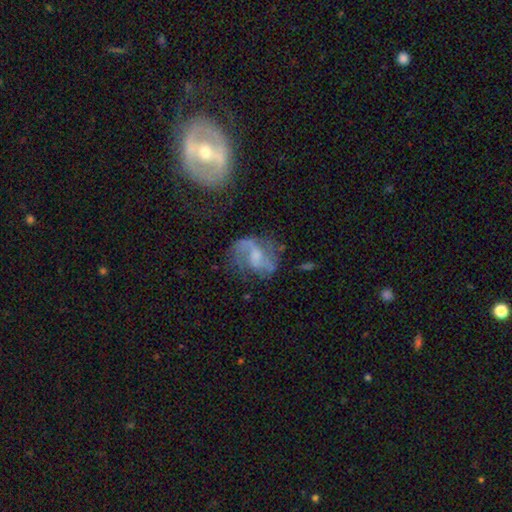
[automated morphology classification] Overall: featured or disk (73%). Edge-on disk: no (97%). Bar: weak (50%; no 34%). Spiral arms: yes (86%). Spiral arm count: 2 (77%). Spiral winding: loose (47%; medium 41%). Bulge size: small (36%, tied with moderate). Merging: none (54%; minor disturbance 22%).